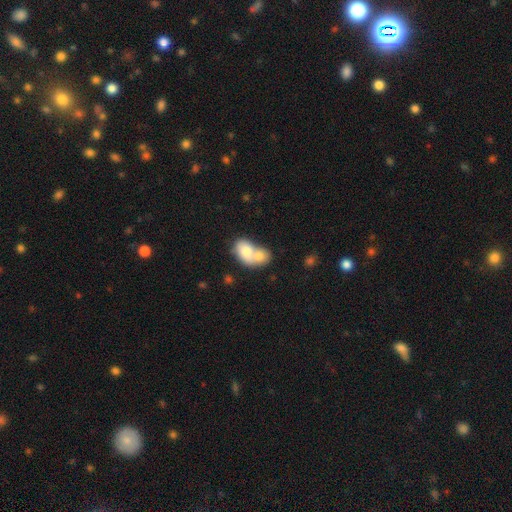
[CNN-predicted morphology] A smooth galaxy with no disk features (69%) that is in between round and cigar-shaped (67%).

Vote fractions:
- Smooth or featured? smooth: 69% / featured or disk: 23% / star or artifact: 7%
- How rounded? in between: 67% / round: 31% / cigar-shaped: 1%
- Merging? merger: 76% / none: 15% / minor disturbance: 6% / major disturbance: 3%